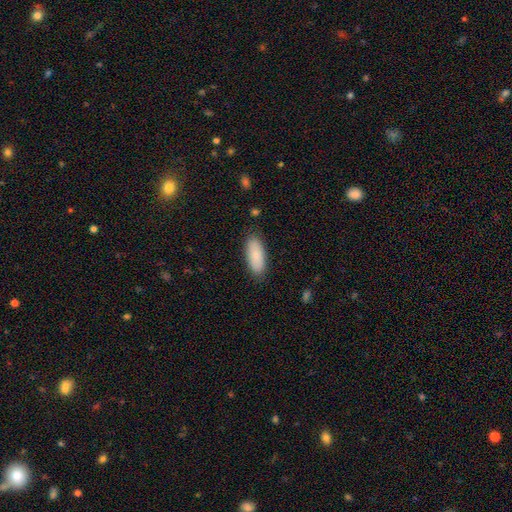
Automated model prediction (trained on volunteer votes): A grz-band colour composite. It shows a smooth galaxy with no disk features (87%) that is in between round and cigar-shaped (80%). Merging: none (86%).